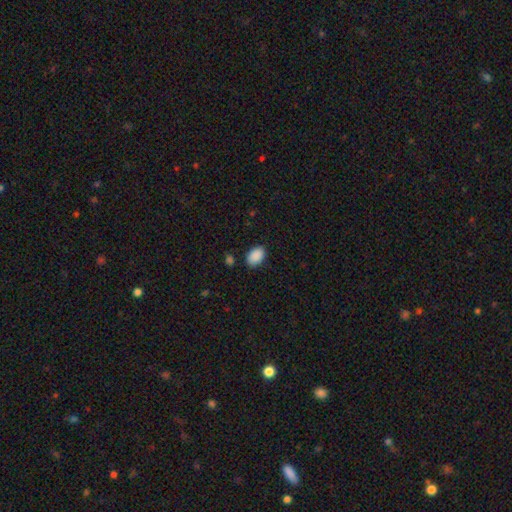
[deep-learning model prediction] Smooth or featured?
  - smooth: 90% *
  - star or artifact: 7%
  - featured or disk: 3%
How rounded?
  - in between: 90% *
  - round: 9%
  - cigar-shaped: 1%
Merging?
  - none: 84% *
  - minor disturbance: 12%
  - major disturbance: 3%
  - merger: 2%